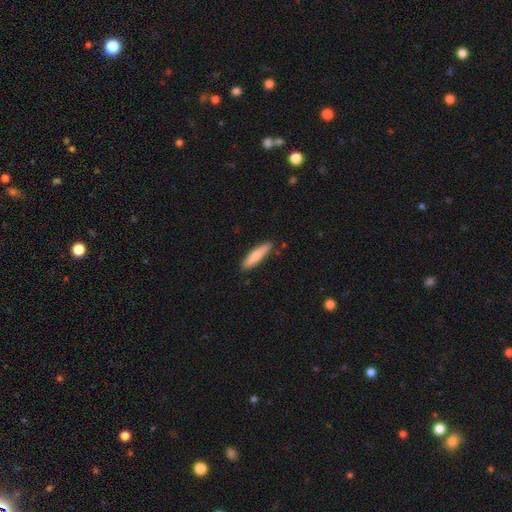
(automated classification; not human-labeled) The model was most divided on "how rounded": cigar-shaped: 77%, in between: 22%, round: 1%. More confident: merging — none (87%); smooth or featured — smooth (76%).